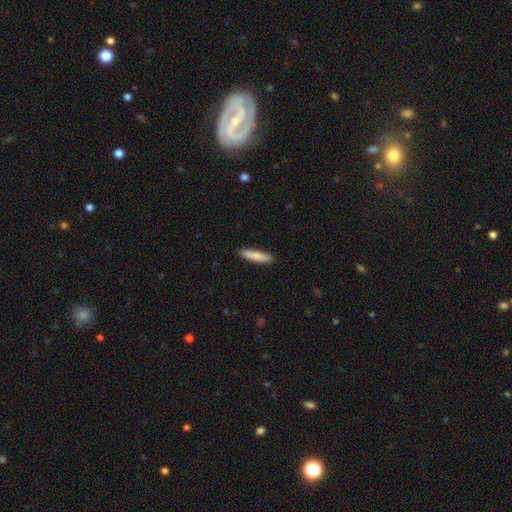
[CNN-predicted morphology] Q: Smooth or featured?
A: smooth (80%); runner-up: featured or disk (15%)
Q: How rounded?
A: cigar-shaped (83%); runner-up: in between (16%)
Q: Merging?
A: none (91%); runner-up: minor disturbance (7%)